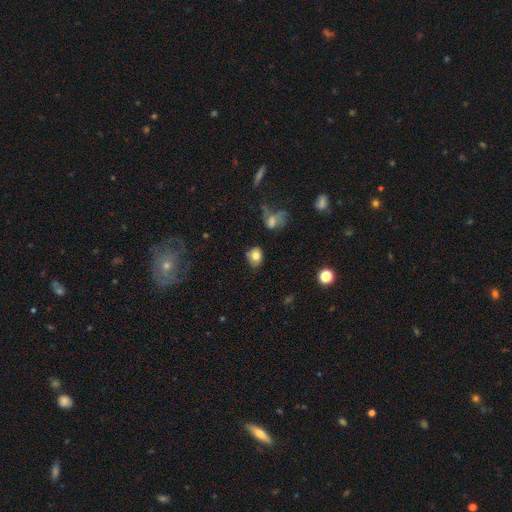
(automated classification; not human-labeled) smooth 78%, featured or disk 11%, star or artifact 11%. Down the decision tree: how rounded — in between (51%); merging — none (72%).